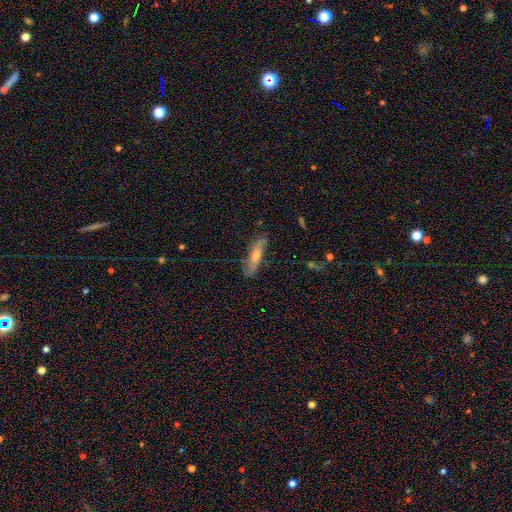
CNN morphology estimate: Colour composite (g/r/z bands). It shows a featured or disk galaxy (48%). Merging: none (73%).